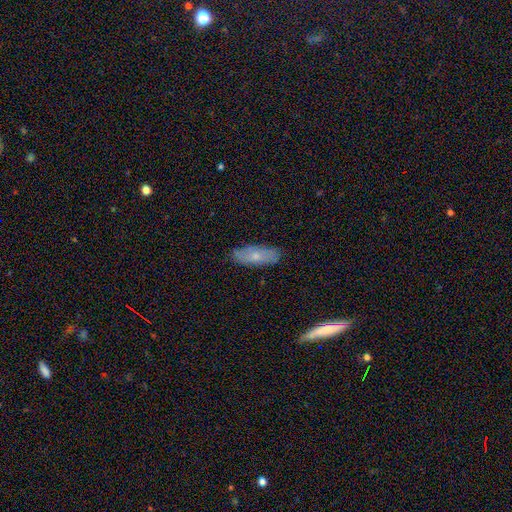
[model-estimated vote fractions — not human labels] This appears to be a smooth galaxy with no disk features (60%) that is in between round and cigar-shaped (71%). Merging: none (84%).